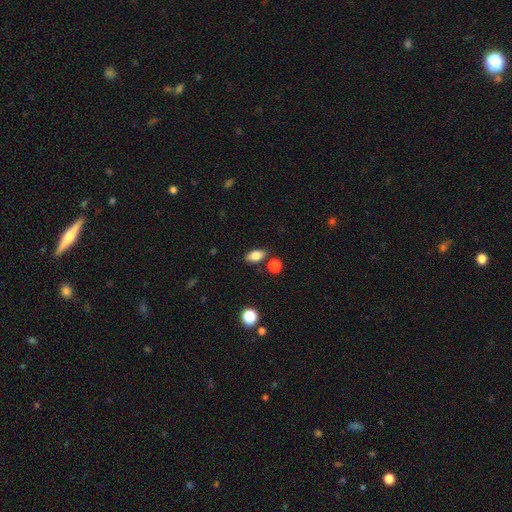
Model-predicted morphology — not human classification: This appears to be a smooth galaxy with no disk features (81%) that is in between round and cigar-shaped (87%). Merging: none (80%).